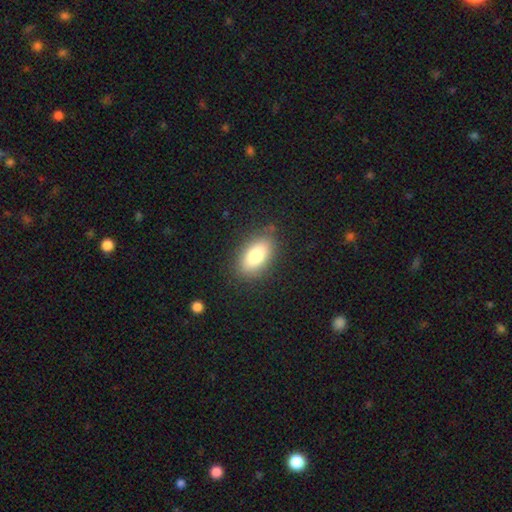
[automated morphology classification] Smooth or featured? smooth (80%)
How rounded? in between (91%)
Merging? none (84%)